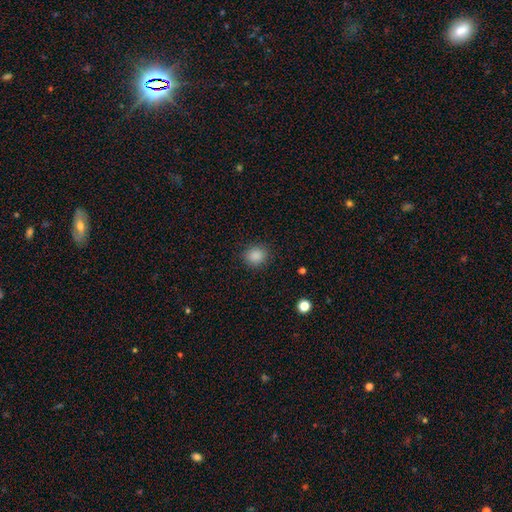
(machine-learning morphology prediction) Overall: smooth (87%). How rounded: round (78%). Merging: none (88%).